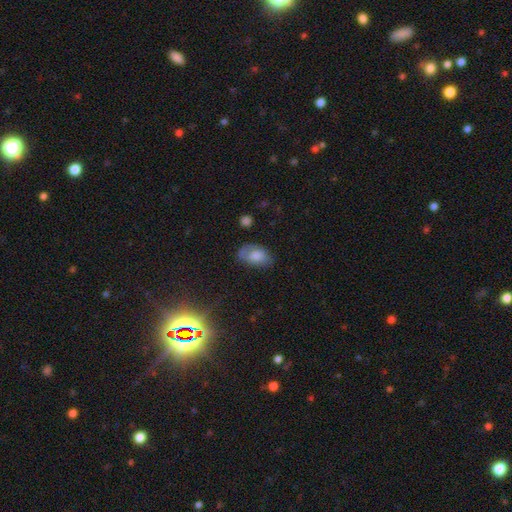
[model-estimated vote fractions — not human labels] Smooth or featured: smooth — 69% (featured or disk — 21%)
How rounded: in between — 90% (round — 8%)
Merging: none — 57% (minor disturbance — 29%)